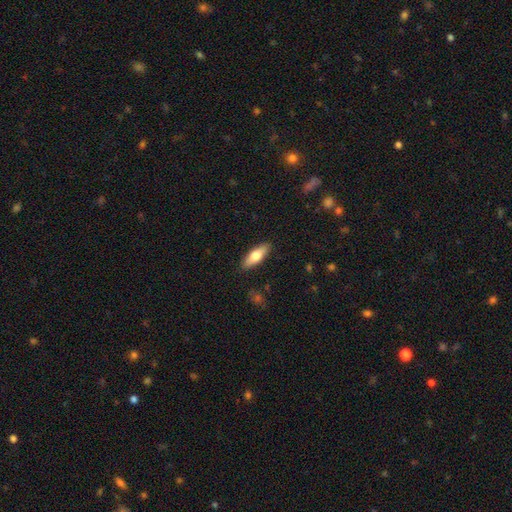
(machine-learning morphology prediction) This is likely a smooth galaxy (66%). How rounded: possibly in between (55%). Merging: clearly none (89%).